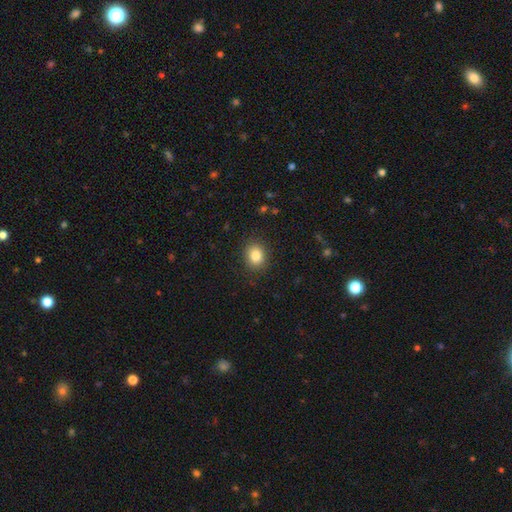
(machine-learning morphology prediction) Overall: smooth (84%). How rounded: round (61%; in between 39%). Merging: none (89%).